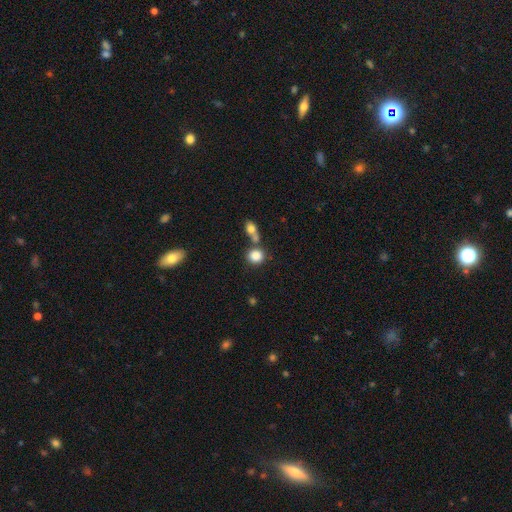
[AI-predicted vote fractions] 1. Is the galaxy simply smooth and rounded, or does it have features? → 84% smooth, 10% star or artifact, 6% featured or disk.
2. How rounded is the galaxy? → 78% round, 21% in between, 1% cigar-shaped.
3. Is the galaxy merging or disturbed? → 53% none, 32% merger, 11% minor disturbance, 5% major disturbance.